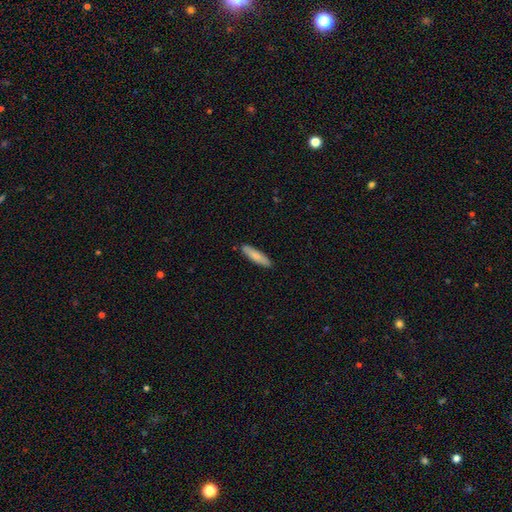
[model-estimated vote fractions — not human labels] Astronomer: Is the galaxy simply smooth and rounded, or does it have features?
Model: smooth — 79%.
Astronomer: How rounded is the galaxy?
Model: cigar-shaped — 73%.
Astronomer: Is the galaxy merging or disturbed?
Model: none — 88%.